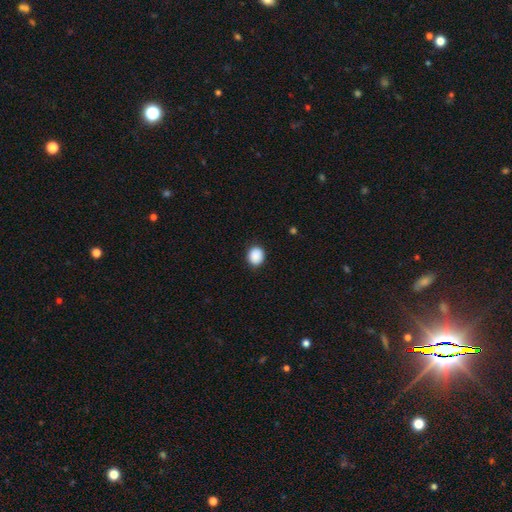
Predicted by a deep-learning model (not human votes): Smooth or featured: smooth — 90% (star or artifact — 8%)
How rounded: round — 69% (in between — 30%)
Merging: none — 89% (minor disturbance — 8%)